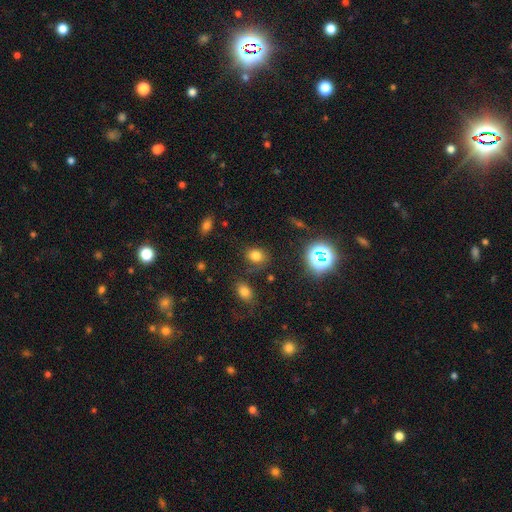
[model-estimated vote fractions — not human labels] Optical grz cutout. It shows a smooth galaxy with no disk features (73%) that is round (53%). Merging: none (76%).